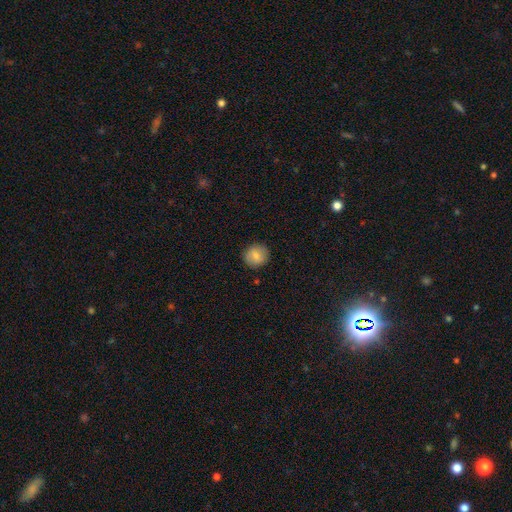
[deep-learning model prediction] Smooth or featured? smooth (79%)
How rounded? round (89%)
Merging? none (89%)